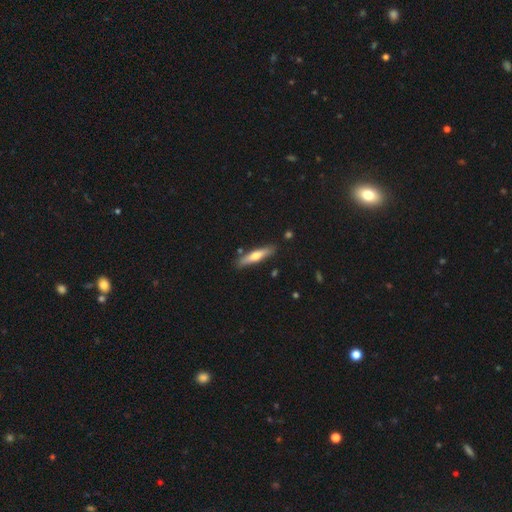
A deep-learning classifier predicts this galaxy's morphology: A smooth galaxy with no disk features (52%) that is cigar-shaped (84%).

Vote fractions:
- Smooth or featured? smooth: 52% / featured or disk: 43% / star or artifact: 5%
- How rounded? cigar-shaped: 84% / in between: 15% / round: 2%
- Merging? none: 86% / minor disturbance: 9% / merger: 3% / major disturbance: 2%